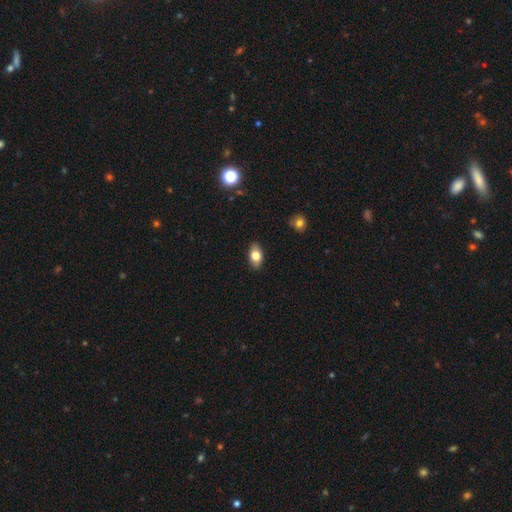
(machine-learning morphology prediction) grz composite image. It shows a smooth galaxy with no disk features (78%) that is in between round and cigar-shaped (89%). Merging: none (88%).